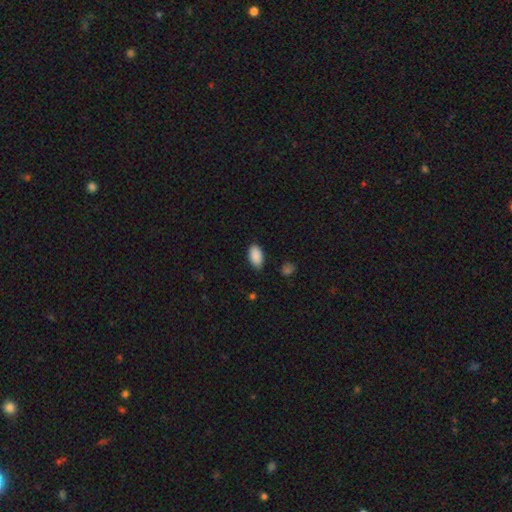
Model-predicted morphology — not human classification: This is clearly a smooth galaxy (90%). How rounded: clearly in between (94%). Merging: clearly none (85%).